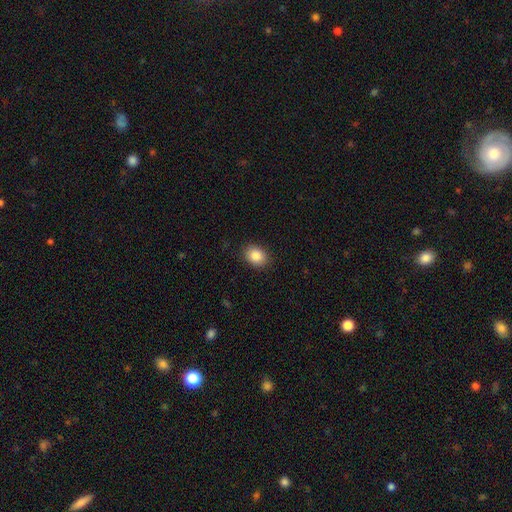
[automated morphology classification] type=smooth (87%); roundness=in between (60%); merging=none (89%).